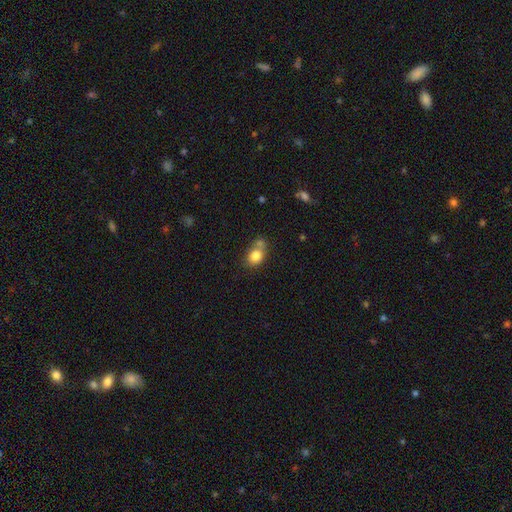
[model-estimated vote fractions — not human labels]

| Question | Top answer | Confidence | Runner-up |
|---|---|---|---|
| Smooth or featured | smooth | 81% | featured or disk (9%) |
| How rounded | in between | 51% | round (48%) |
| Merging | none | 47% | merger (32%) |